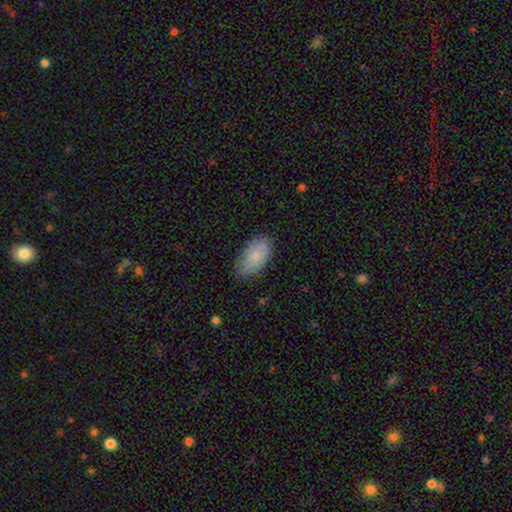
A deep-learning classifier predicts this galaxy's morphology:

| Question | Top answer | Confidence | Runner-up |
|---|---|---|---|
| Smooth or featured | smooth | 82% | featured or disk (12%) |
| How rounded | in between | 94% | round (3%) |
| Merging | none | 72% | minor disturbance (22%) |